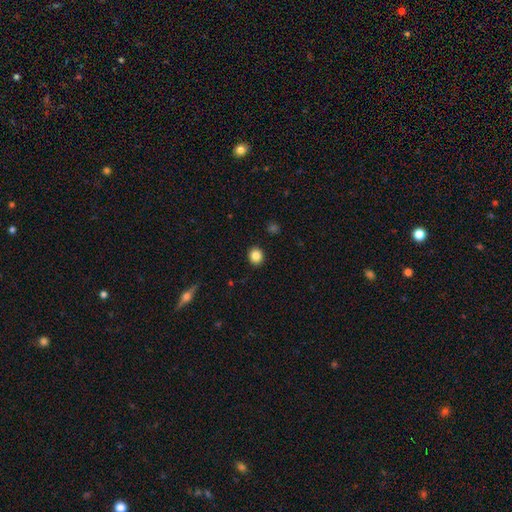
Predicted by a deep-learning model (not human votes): This is clearly a smooth galaxy (85%). How rounded: clearly round (82%). Merging: clearly none (91%).